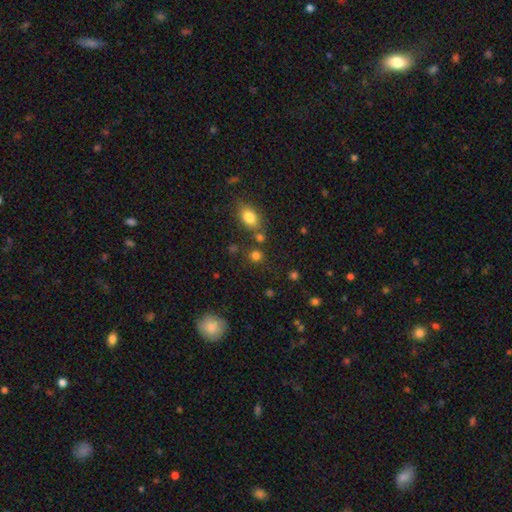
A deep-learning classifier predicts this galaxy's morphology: smooth-or-featured: smooth: 79% | star or artifact: 15% | featured or disk: 6%
  how-rounded: round: 82% | in between: 17% | cigar-shaped: 1%
  merging: none: 73% | merger: 13% | minor disturbance: 10% | major disturbance: 4%